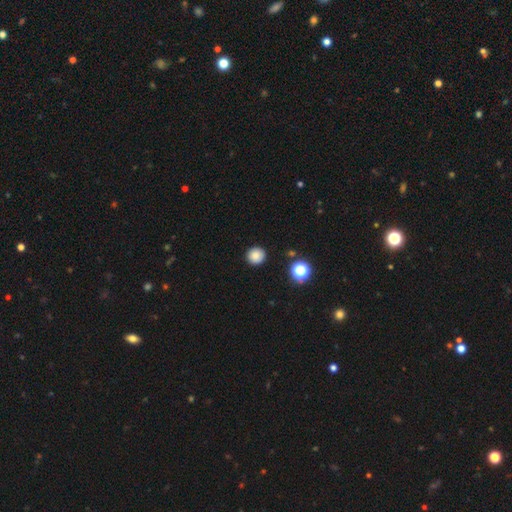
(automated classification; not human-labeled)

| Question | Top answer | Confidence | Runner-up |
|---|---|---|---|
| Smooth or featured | smooth | 83% | star or artifact (12%) |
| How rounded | round | 93% | in between (6%) |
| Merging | none | 91% | minor disturbance (6%) |